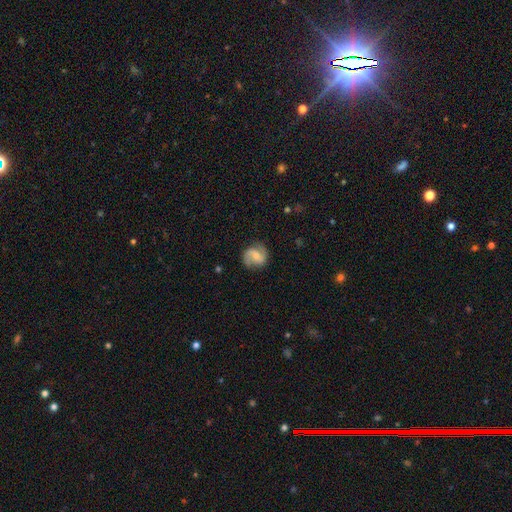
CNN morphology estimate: The model was most divided on "bulge size": small: 49%, moderate: 42%, none: 5%, large: 2%, dominant: 1%. Remaining: edge-on disk — no (98%); spiral arms — yes (95%); spiral arm count — 2 (91%); merging — none (81%); smooth or featured — featured or disk (76%); spiral winding — medium (48%); bar — weak (46%).